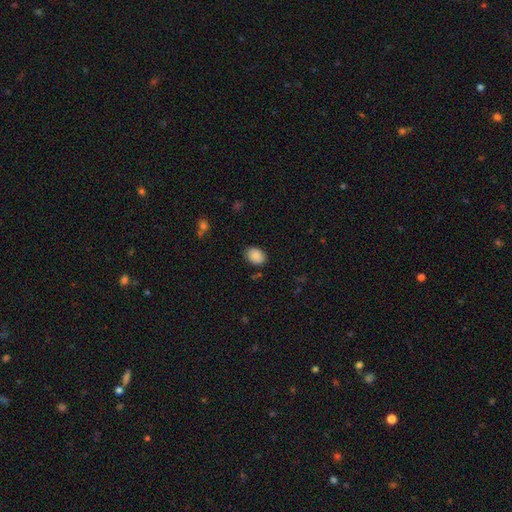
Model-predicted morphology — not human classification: Q: Smooth or featured?
A: smooth (88%); runner-up: star or artifact (7%)
Q: How rounded?
A: in between (77%); runner-up: round (22%)
Q: Merging?
A: none (84%); runner-up: minor disturbance (12%)